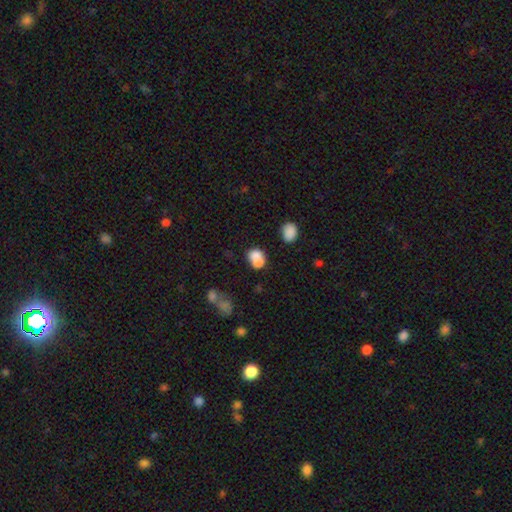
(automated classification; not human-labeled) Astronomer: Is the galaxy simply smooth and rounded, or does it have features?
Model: smooth — 72%.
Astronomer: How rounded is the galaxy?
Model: round — 53% (runner-up: in between, 45%).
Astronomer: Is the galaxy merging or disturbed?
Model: merger — 59%.